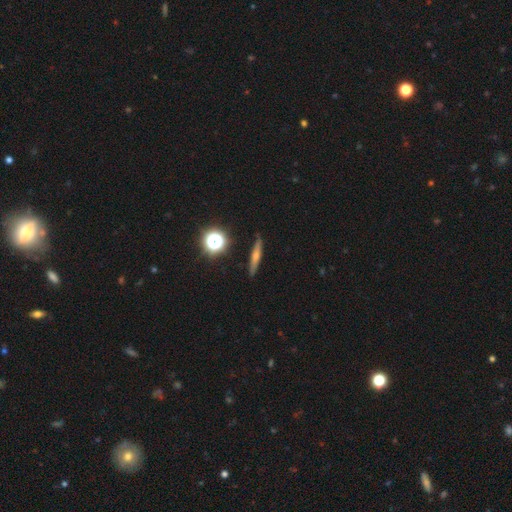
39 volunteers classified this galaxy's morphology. Q: Smooth or featured?
A: featured or disk (56%); runner-up: smooth (36%)
Q: Edge-on disk?
A: yes (91%); runner-up: no (9%)
Q: Edge-on bulge?
A: rounded (70%); runner-up: none (25%)
Q: Merging?
A: none (89%); runner-up: minor disturbance (8%)